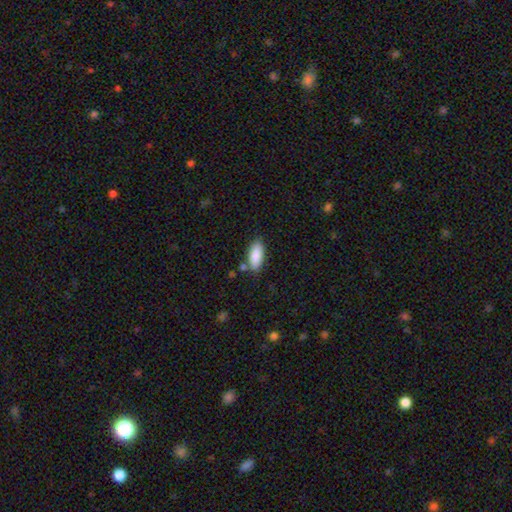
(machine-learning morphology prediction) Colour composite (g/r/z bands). It shows a smooth galaxy with no disk features (87%) that is in between round and cigar-shaped (82%). Merging: none (76%).